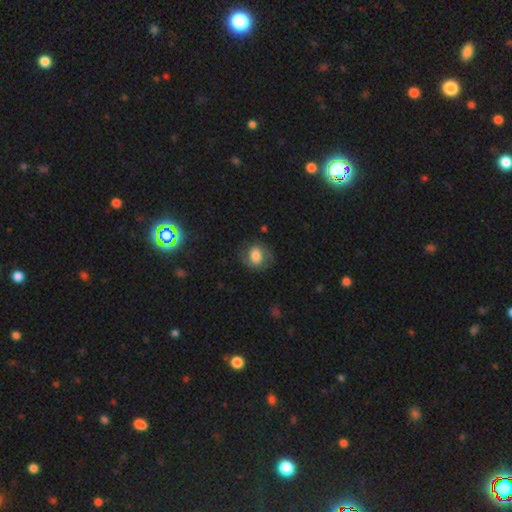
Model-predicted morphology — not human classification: smooth 55%, featured or disk 37%, star or artifact 9%. Down the decision tree: how rounded — round (55%); merging — none (69%).